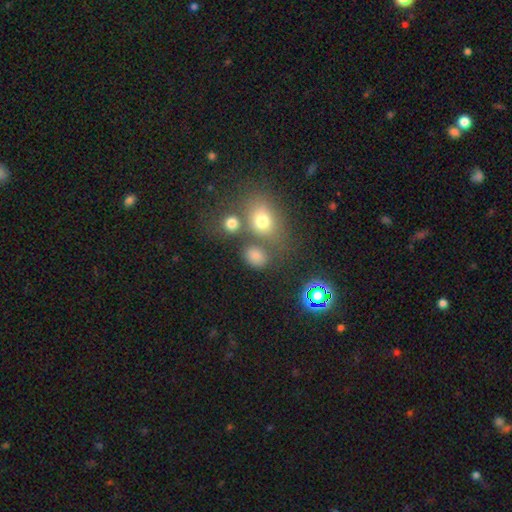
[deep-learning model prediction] Smooth or featured? smooth (74%)
How rounded? in between (52%)
Merging? none (65%)